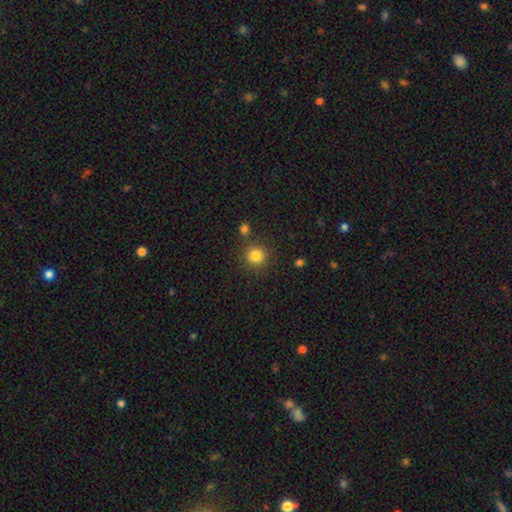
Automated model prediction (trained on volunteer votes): Smooth or featured?
  - smooth: 83% *
  - star or artifact: 12%
  - featured or disk: 5%
How rounded?
  - round: 93% *
  - in between: 6%
  - cigar-shaped: 1%
Merging?
  - none: 84% *
  - minor disturbance: 8%
  - merger: 6%
  - major disturbance: 3%